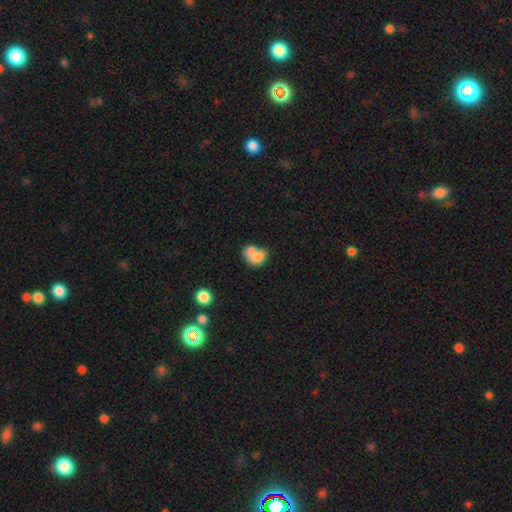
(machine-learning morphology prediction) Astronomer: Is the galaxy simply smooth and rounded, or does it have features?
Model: smooth — 73%.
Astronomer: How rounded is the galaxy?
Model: in between — 61% (runner-up: round, 38%).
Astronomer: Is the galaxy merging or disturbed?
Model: merger — 60%.